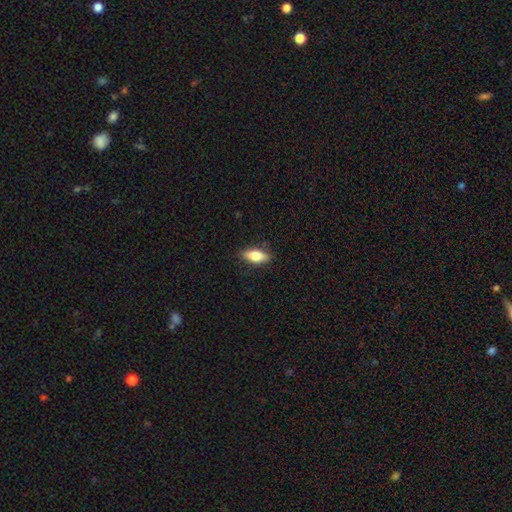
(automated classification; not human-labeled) smooth-or-featured: smooth: 76% | featured or disk: 17% | star or artifact: 7%
  how-rounded: in between: 81% | cigar-shaped: 15% | round: 4%
  merging: none: 87% | minor disturbance: 10% | major disturbance: 2% | merger: 1%